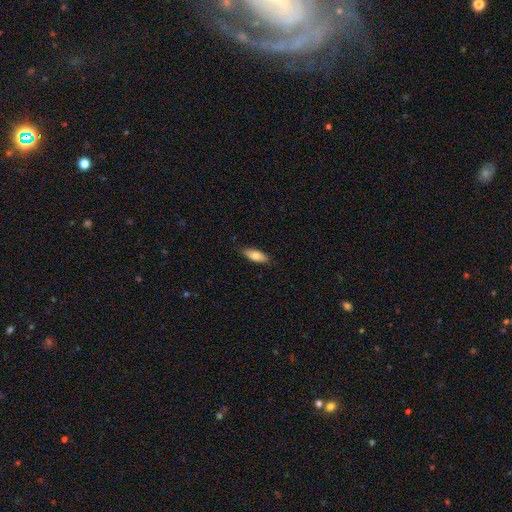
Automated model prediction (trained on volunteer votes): The model was most divided on "how rounded": in between: 76%, cigar-shaped: 22%, round: 2%. More confident: merging — none (80%); smooth or featured — smooth (78%).